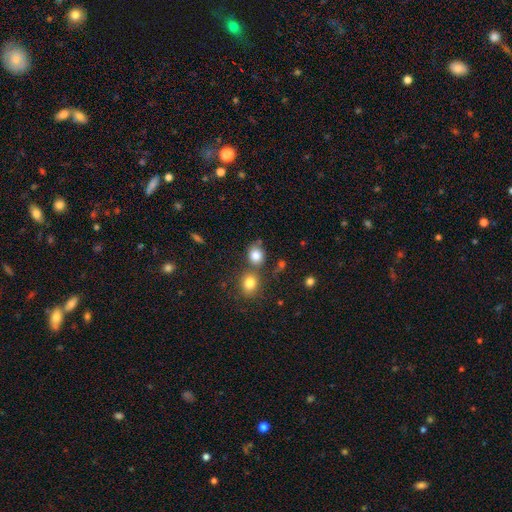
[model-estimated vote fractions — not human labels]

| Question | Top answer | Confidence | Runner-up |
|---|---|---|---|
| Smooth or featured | smooth | 81% | star or artifact (11%) |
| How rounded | round | 69% | in between (30%) |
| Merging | none | 61% | merger (23%) |